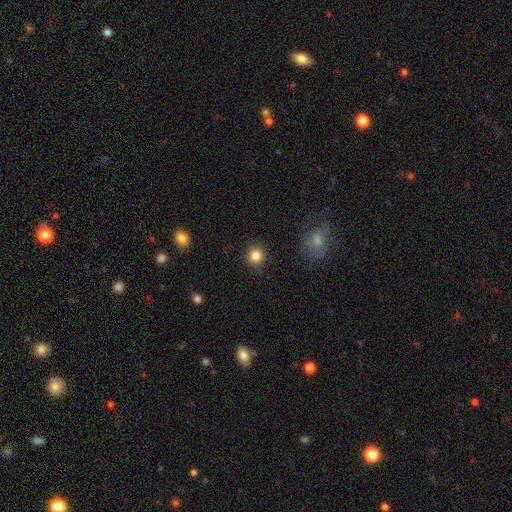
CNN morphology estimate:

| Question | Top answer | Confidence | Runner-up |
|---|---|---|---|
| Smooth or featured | smooth | 85% | star or artifact (11%) |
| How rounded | round | 91% | in between (8%) |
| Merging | none | 90% | minor disturbance (6%) |